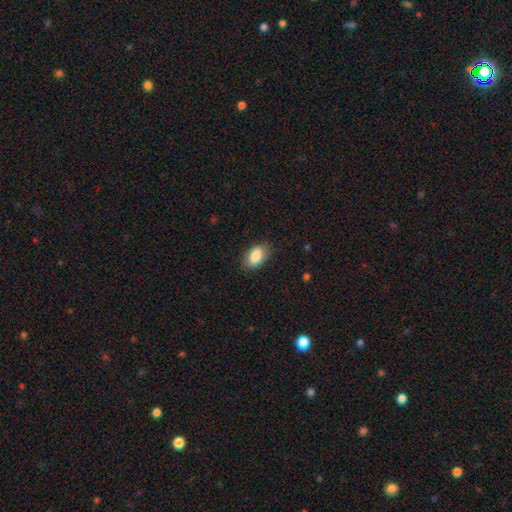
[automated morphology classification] A smooth galaxy with no disk features (86%) that is in between round and cigar-shaped (91%).

Vote fractions:
- Smooth or featured? smooth: 86% / star or artifact: 7% / featured or disk: 7%
- How rounded? in between: 91% / round: 6% / cigar-shaped: 2%
- Merging? none: 82% / minor disturbance: 14% / major disturbance: 3% / merger: 1%